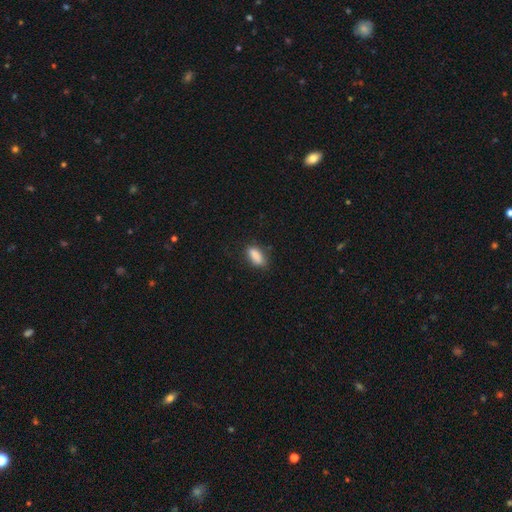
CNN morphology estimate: smooth-or-featured: smooth: 87% | star or artifact: 8% | featured or disk: 5%
  how-rounded: in between: 80% | cigar-shaped: 16% | round: 4%
  merging: none: 75% | minor disturbance: 19% | major disturbance: 4% | merger: 1%